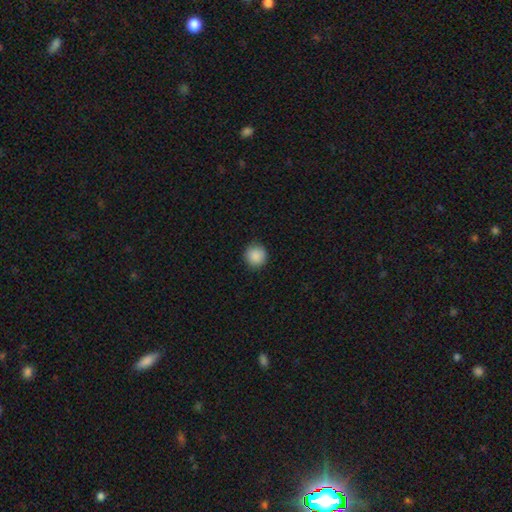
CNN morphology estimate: smooth 89%, star or artifact 8%, featured or disk 3%. Down the decision tree: how rounded — round (95%); merging — none (91%).